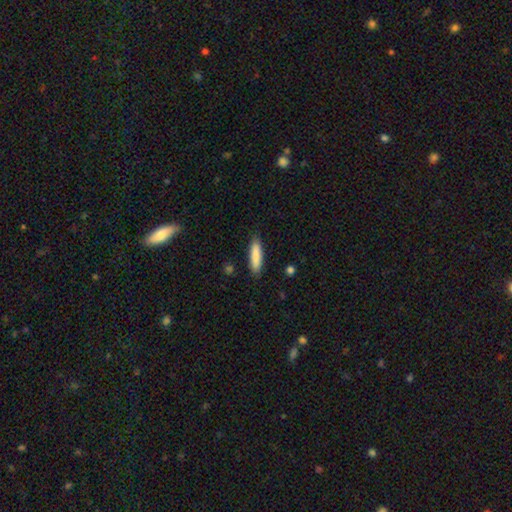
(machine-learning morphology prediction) Smooth or featured? Predicted: smooth (p=0.86). How rounded? Predicted: cigar-shaped (p=0.73). Merging? Predicted: none (p=0.87).